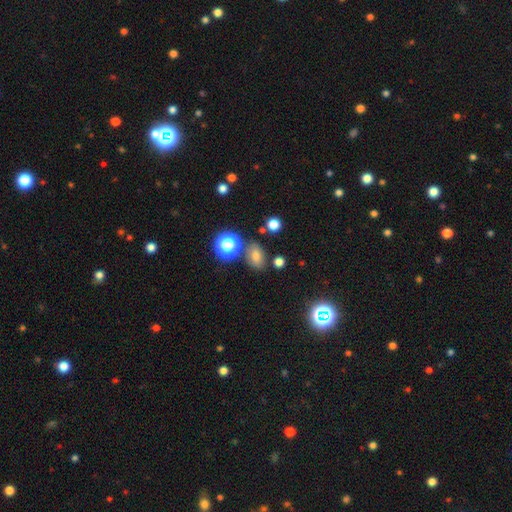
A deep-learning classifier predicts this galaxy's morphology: Smooth or featured? smooth (61%)
How rounded? in between (72%)
Merging? none (80%)